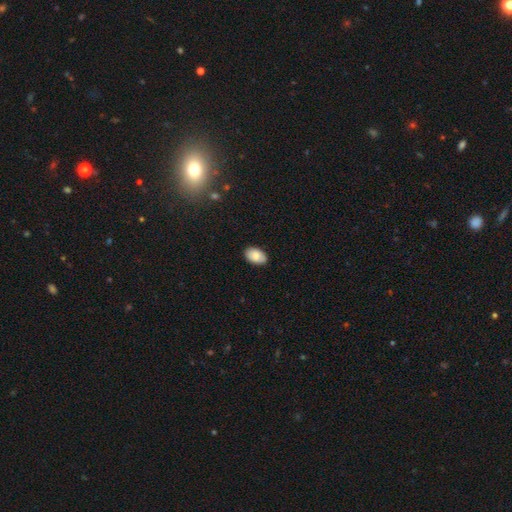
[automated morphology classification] smooth-or-featured: smooth: 83% | featured or disk: 10% | star or artifact: 7%
  how-rounded: in between: 91% | round: 8% | cigar-shaped: 1%
  merging: none: 86% | minor disturbance: 11% | major disturbance: 2% | merger: 1%